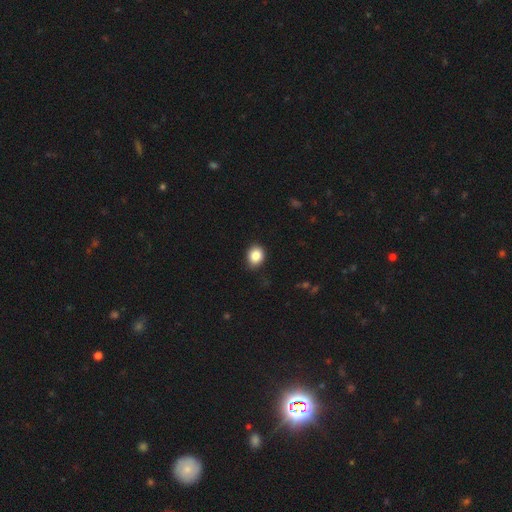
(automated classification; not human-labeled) This appears to be a smooth galaxy with no disk features (86%) that is round (58%). Merging: none (83%).